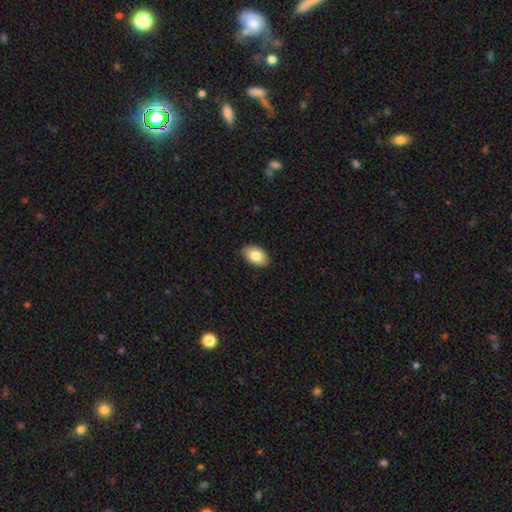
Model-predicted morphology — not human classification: smooth-or-featured: smooth: 83% | featured or disk: 10% | star or artifact: 7%
  how-rounded: in between: 91% | round: 8% | cigar-shaped: 1%
  merging: none: 88% | minor disturbance: 9% | major disturbance: 2% | merger: 1%